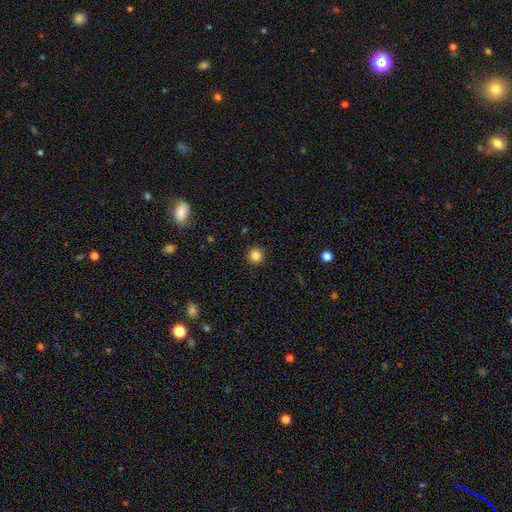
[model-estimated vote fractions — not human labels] Q: Smooth or featured?
A: smooth (85%); runner-up: star or artifact (12%)
Q: How rounded?
A: round (94%); runner-up: in between (5%)
Q: Merging?
A: none (91%); runner-up: minor disturbance (6%)